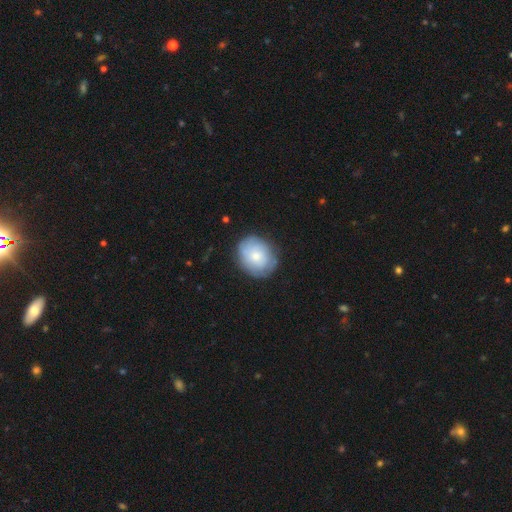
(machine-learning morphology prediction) smooth_or_featured: smooth (p=0.61) [alt: featured or disk p=0.33]
how_rounded: round (p=0.58) [alt: in between p=0.41]
merging: none (p=0.75) [alt: minor disturbance p=0.18]